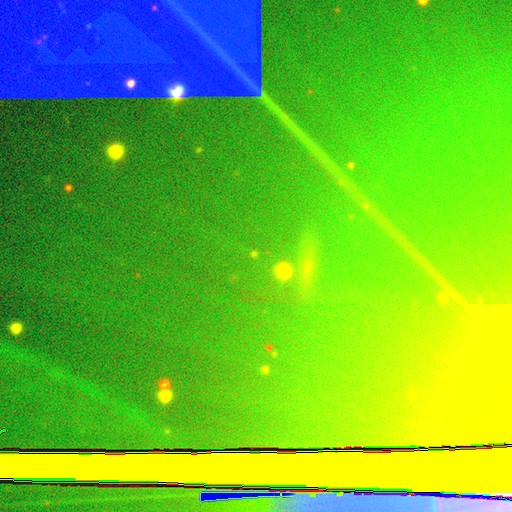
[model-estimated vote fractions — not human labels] Overall: star or artifact (85%).